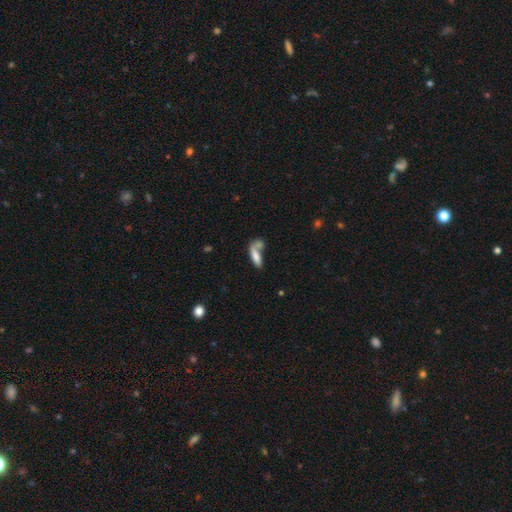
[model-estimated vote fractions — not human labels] Morphology: type=smooth (74%); roundness=in between (54%); merging=merger (46%).